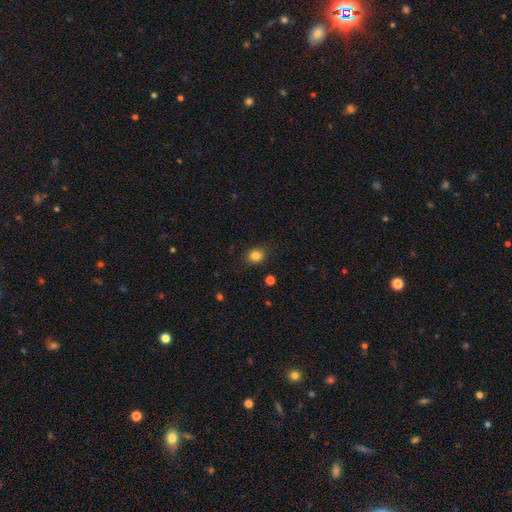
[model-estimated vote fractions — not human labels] smooth 84%, star or artifact 11%, featured or disk 5%. Down the decision tree: how rounded — round (66%); merging — none (86%).